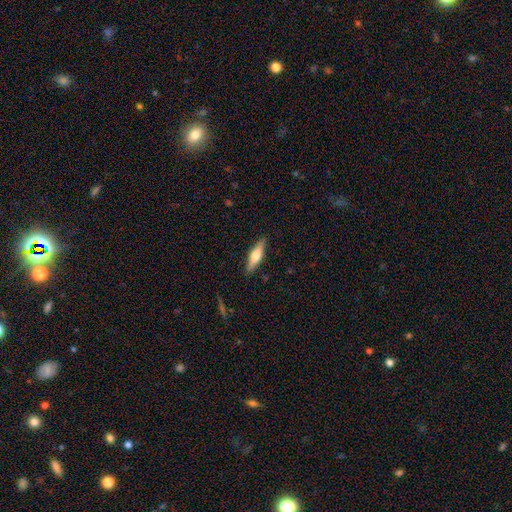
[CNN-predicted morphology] Smooth or featured? smooth (51%)
How rounded? cigar-shaped (66%)
Merging? none (88%)